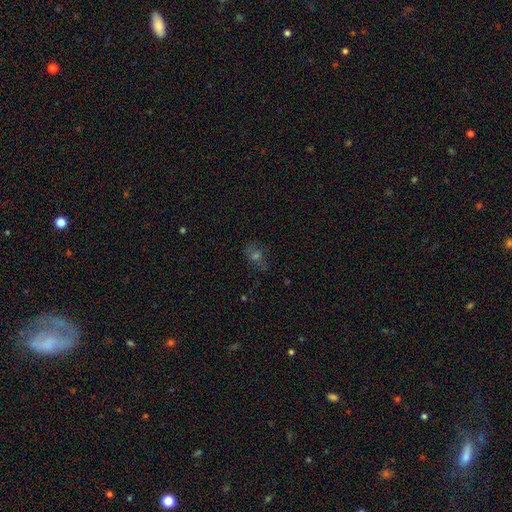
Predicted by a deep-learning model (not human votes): Q: Smooth or featured?
A: smooth (35%); runner-up: featured or disk (33%)
Q: Merging?
A: none (68%); runner-up: minor disturbance (19%)